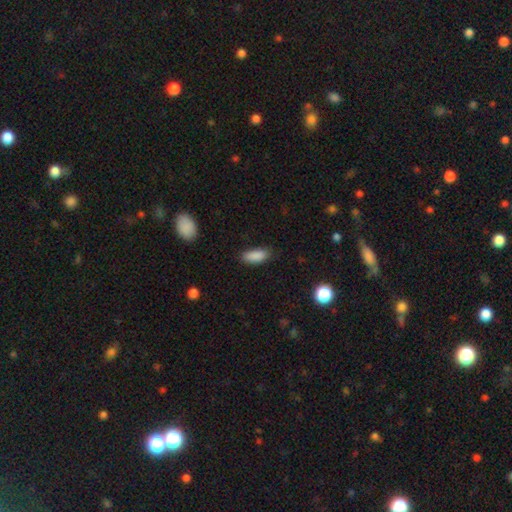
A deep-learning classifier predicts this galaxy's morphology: A smooth galaxy with no disk features (88%) that is in between round and cigar-shaped (79%).

Vote fractions:
- Smooth or featured? smooth: 88% / star or artifact: 8% / featured or disk: 4%
- How rounded? in between: 79% / cigar-shaped: 19% / round: 2%
- Merging? none: 82% / minor disturbance: 14% / major disturbance: 3% / merger: 1%